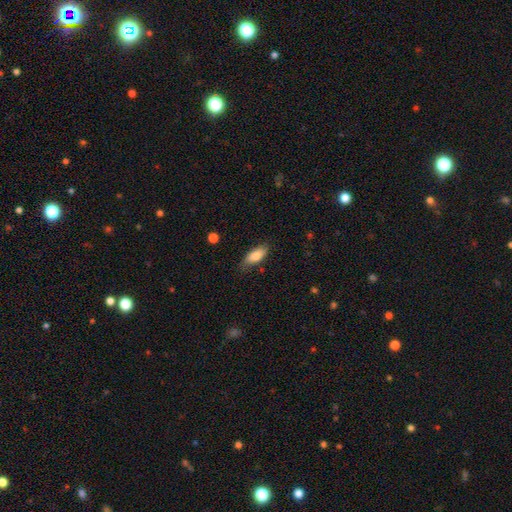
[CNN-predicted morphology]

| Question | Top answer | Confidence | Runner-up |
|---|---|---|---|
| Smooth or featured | smooth | 79% | featured or disk (14%) |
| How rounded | in between | 82% | cigar-shaped (16%) |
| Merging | none | 73% | minor disturbance (21%) |